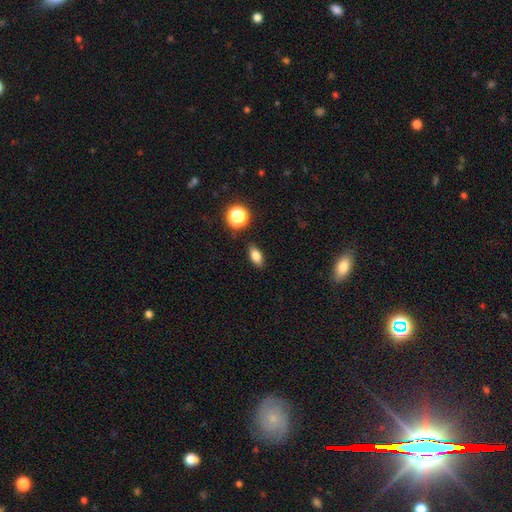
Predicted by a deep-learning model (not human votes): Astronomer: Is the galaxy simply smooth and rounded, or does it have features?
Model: smooth — 78%.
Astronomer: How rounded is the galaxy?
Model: in between — 80%.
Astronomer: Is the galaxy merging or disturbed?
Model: none — 87%.